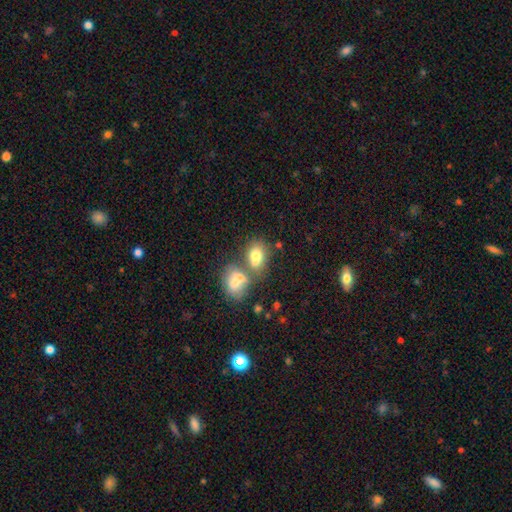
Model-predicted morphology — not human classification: Smooth or featured?
  - smooth: 74% *
  - featured or disk: 16%
  - star or artifact: 10%
How rounded?
  - in between: 70% *
  - round: 28%
  - cigar-shaped: 2%
Merging?
  - merger: 47% *
  - none: 36%
  - minor disturbance: 11%
  - major disturbance: 6%